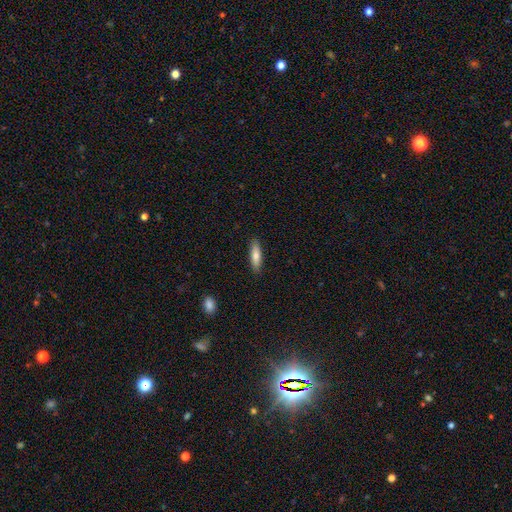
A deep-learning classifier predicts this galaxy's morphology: This appears to be a smooth galaxy with no disk features (75%) that is cigar-shaped (64%). Merging: none (89%).